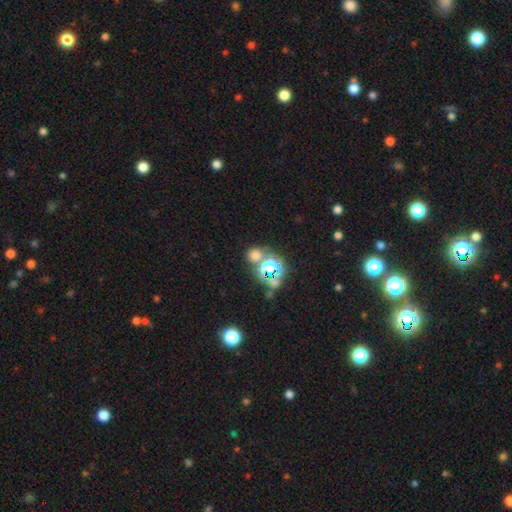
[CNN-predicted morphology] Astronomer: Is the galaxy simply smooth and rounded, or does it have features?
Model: smooth — 58% (runner-up: star or artifact, 35%).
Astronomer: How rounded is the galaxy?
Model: round — 84%.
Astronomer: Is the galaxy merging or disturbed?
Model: none — 65%.